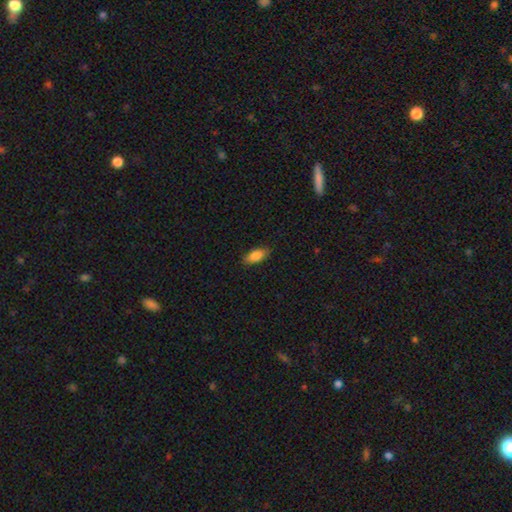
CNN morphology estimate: Overall: smooth (86%). How rounded: in between (87%). Merging: none (85%).